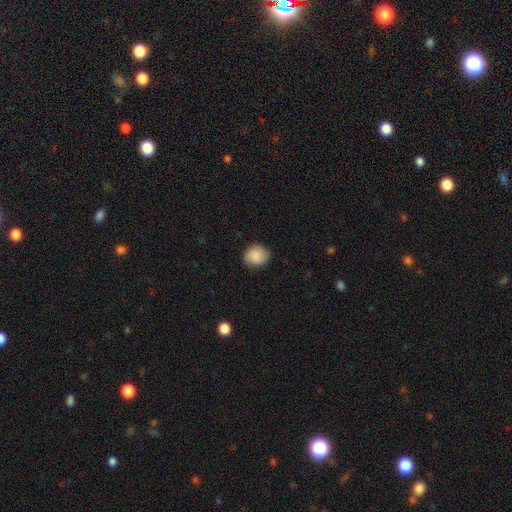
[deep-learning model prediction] Overall: smooth (87%). How rounded: round (72%). Merging: none (85%).